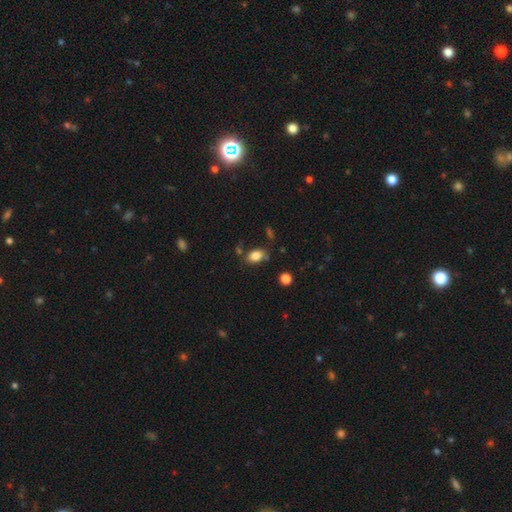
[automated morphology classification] This appears to be a smooth galaxy with no disk features (83%) that is in between round and cigar-shaped (86%). Merging: none (73%).